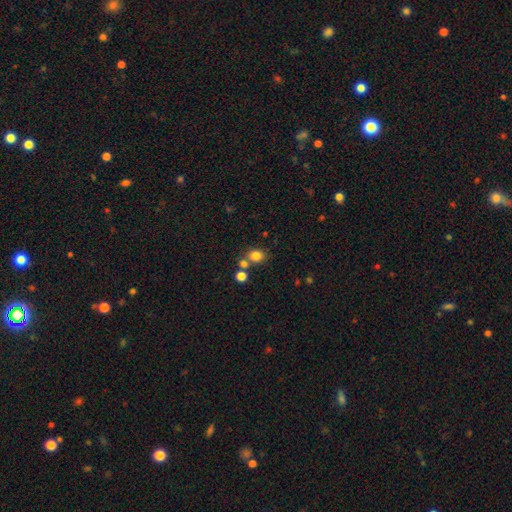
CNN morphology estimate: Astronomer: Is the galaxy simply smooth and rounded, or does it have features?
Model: smooth — 80%.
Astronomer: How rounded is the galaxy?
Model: round — 65%.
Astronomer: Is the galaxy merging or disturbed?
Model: none — 63%.